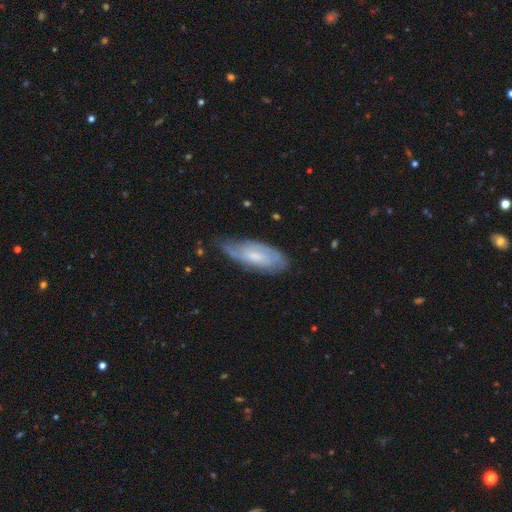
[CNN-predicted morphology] Smooth or featured?
  - featured or disk: 58% *
  - smooth: 35%
  - star or artifact: 7%
Edge-on disk?
  - no: 85% *
  - yes: 15%
Merging?
  - none: 62% *
  - minor disturbance: 30%
  - major disturbance: 7%
  - merger: 2%